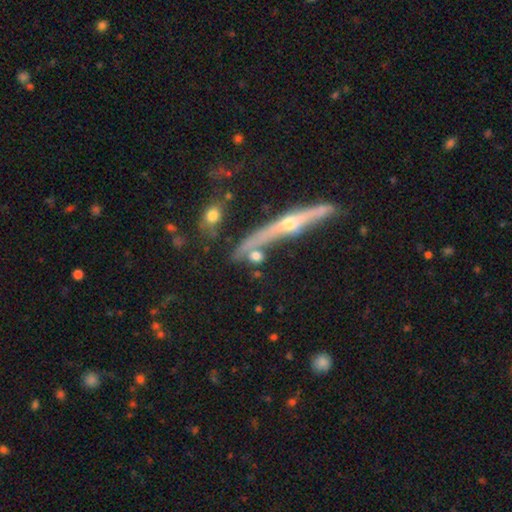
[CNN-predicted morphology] This is likely a smooth galaxy (62%). How rounded: possibly round (49%). Merging: likely none (67%).